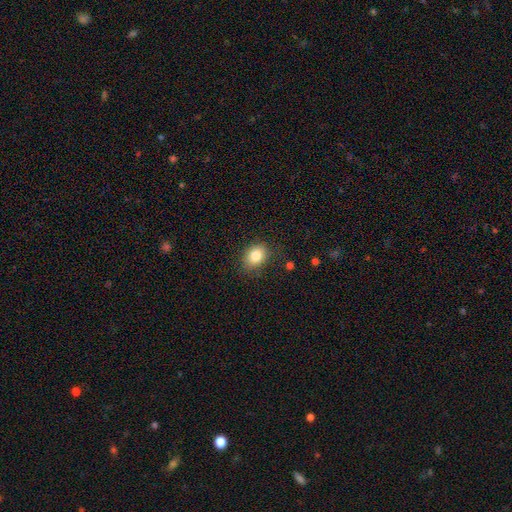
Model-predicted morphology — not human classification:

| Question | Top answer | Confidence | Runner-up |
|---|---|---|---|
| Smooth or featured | smooth | 84% | star or artifact (9%) |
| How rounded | in between | 58% | round (41%) |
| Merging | none | 81% | minor disturbance (14%) |